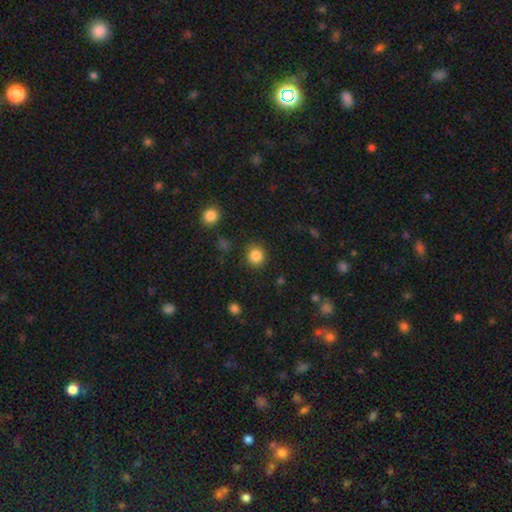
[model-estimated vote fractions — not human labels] Q: Smooth or featured?
A: smooth (86%); runner-up: star or artifact (11%)
Q: How rounded?
A: round (89%); runner-up: in between (10%)
Q: Merging?
A: none (87%); runner-up: minor disturbance (8%)